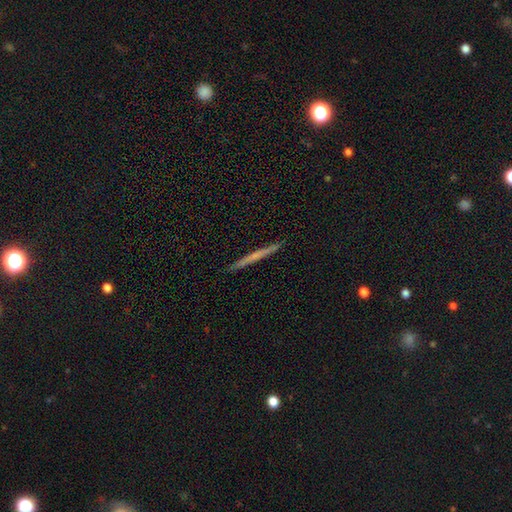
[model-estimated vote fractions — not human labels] Overall: featured or disk (51%; smooth 43%). Edge-on disk: yes (98%). Merging: none (92%).